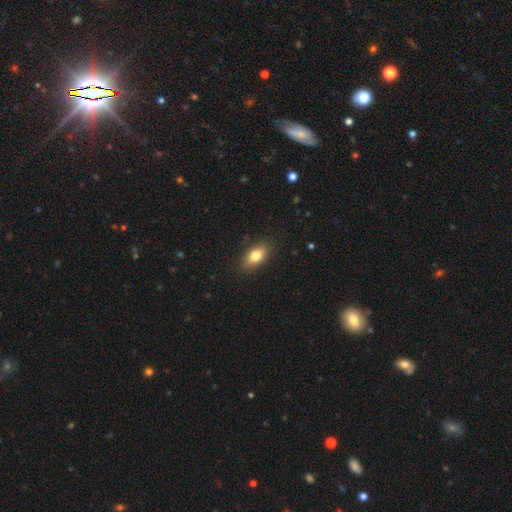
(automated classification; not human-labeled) Smooth or featured?
  - smooth: 80% *
  - featured or disk: 12%
  - star or artifact: 8%
How rounded?
  - in between: 87% *
  - round: 8%
  - cigar-shaped: 5%
Merging?
  - none: 86% *
  - minor disturbance: 10%
  - major disturbance: 2%
  - merger: 1%